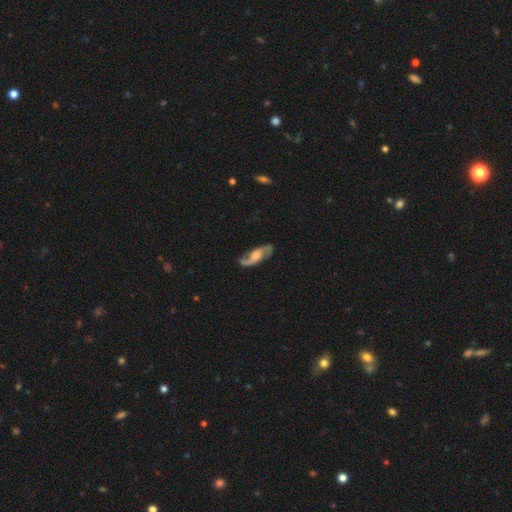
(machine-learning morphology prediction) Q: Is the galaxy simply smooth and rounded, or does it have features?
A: featured or disk — 84%.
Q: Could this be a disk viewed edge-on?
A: no — 93%.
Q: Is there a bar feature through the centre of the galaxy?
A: no — 51%.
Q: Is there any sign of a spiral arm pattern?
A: yes — 96%.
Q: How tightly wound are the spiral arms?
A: loose — 49%.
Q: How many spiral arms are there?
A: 2 — 92%.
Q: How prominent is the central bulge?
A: moderate — 43%.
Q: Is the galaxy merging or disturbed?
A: none — 79%.